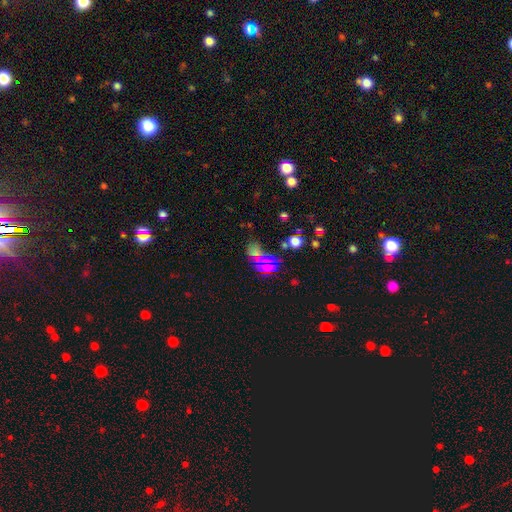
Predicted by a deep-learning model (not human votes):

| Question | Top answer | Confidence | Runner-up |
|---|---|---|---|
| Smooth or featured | star or artifact | 51% | smooth (38%) |